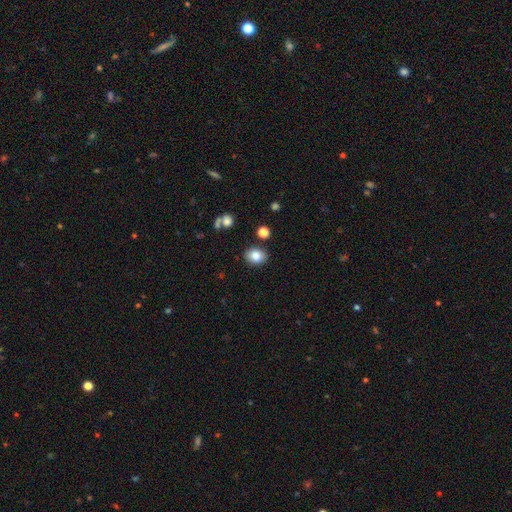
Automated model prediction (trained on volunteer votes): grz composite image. It shows a smooth galaxy with no disk features (84%) that is in between round and cigar-shaped (51%). Merging: none (85%).